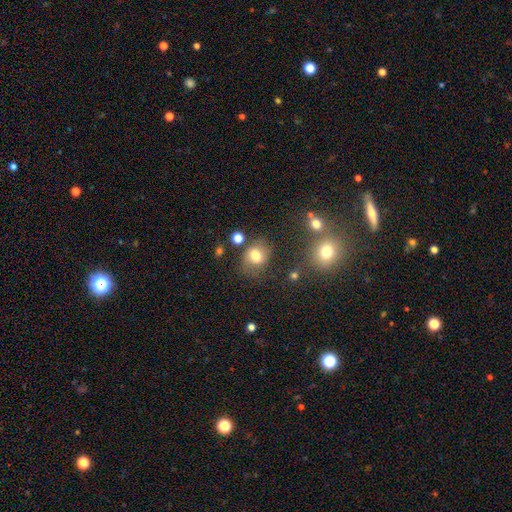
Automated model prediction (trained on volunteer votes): The model was most divided on "how rounded": round: 59%, in between: 40%, cigar-shaped: 1%. More confident: smooth or featured — smooth (73%); merging — none (63%).